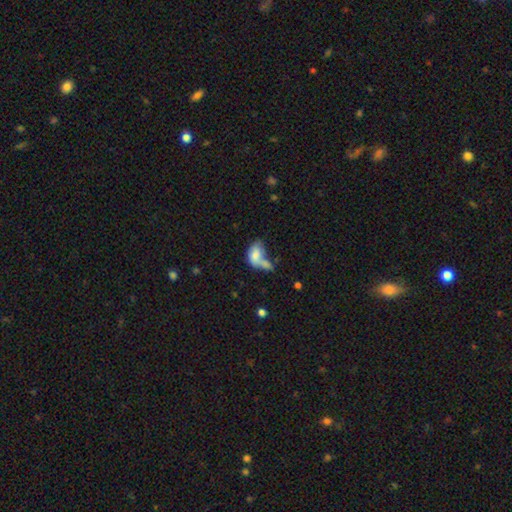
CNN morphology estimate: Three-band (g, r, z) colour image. It shows a smooth galaxy with no disk features (71%) that is in between round and cigar-shaped (87%). Merging: merger (53%).